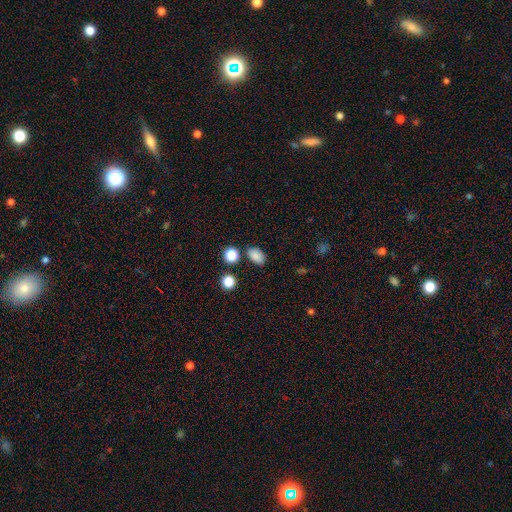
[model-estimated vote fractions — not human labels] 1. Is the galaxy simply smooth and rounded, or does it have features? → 84% smooth, 11% star or artifact, 5% featured or disk.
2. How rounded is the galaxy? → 85% in between, 14% round, 1% cigar-shaped.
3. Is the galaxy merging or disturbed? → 79% none, 12% minor disturbance, 6% merger, 3% major disturbance.